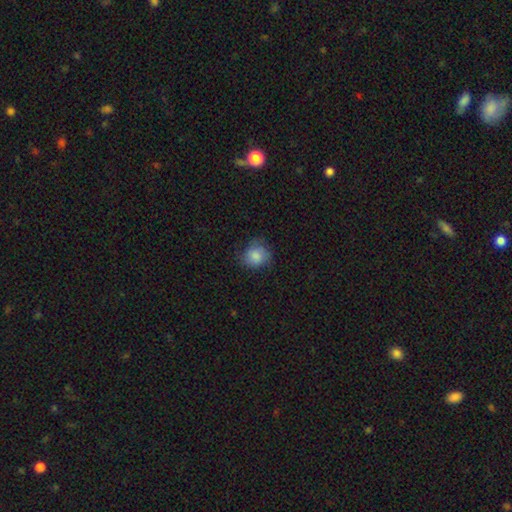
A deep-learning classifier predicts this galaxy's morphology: Smooth or featured?
  - smooth: 82% *
  - featured or disk: 9%
  - star or artifact: 8%
How rounded?
  - round: 78% *
  - in between: 21%
  - cigar-shaped: 1%
Merging?
  - none: 67% *
  - minor disturbance: 24%
  - major disturbance: 8%
  - merger: 1%